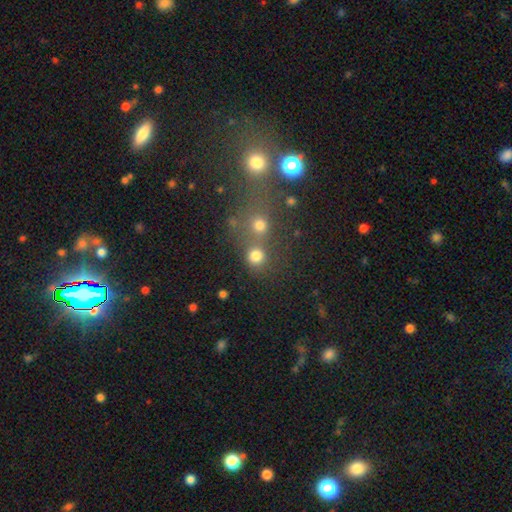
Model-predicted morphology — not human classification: Smooth or featured?
  - smooth: 78% *
  - star or artifact: 15%
  - featured or disk: 7%
How rounded?
  - round: 88% *
  - in between: 11%
  - cigar-shaped: 1%
Merging?
  - none: 56% *
  - merger: 32%
  - minor disturbance: 7%
  - major disturbance: 5%